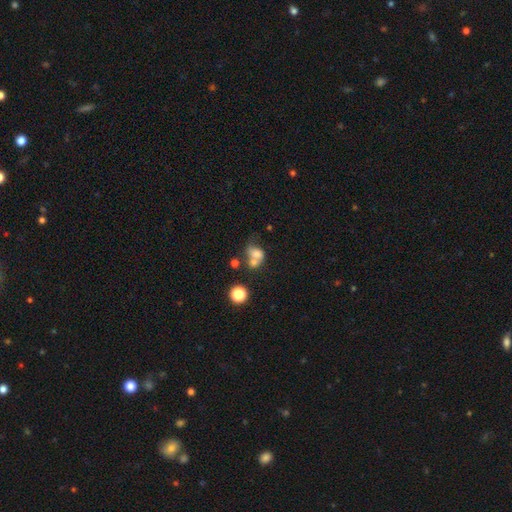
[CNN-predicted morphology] A smooth galaxy with no disk features (66%) that is in between round and cigar-shaped (55%).

Vote fractions:
- Smooth or featured? smooth: 66% / featured or disk: 21% / star or artifact: 13%
- How rounded? in between: 55% / round: 44% / cigar-shaped: 1%
- Merging? merger: 55% / none: 22% / minor disturbance: 11% / major disturbance: 11%